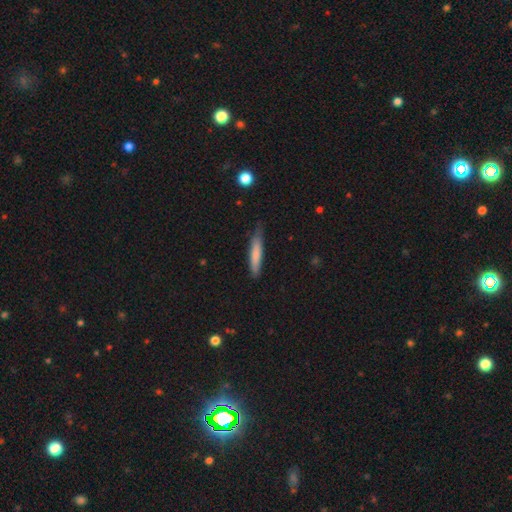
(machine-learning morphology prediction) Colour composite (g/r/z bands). It shows a smooth galaxy with no disk features (76%) that is cigar-shaped (89%). Merging: none (68%).